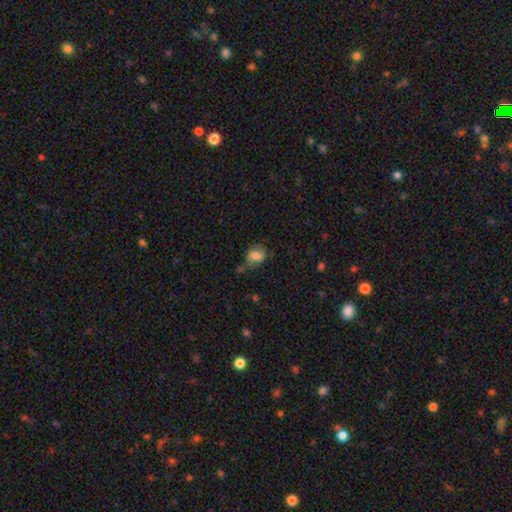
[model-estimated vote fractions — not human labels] A smooth galaxy with no disk features (73%) that is in between round and cigar-shaped (61%). Merging: none (51%).